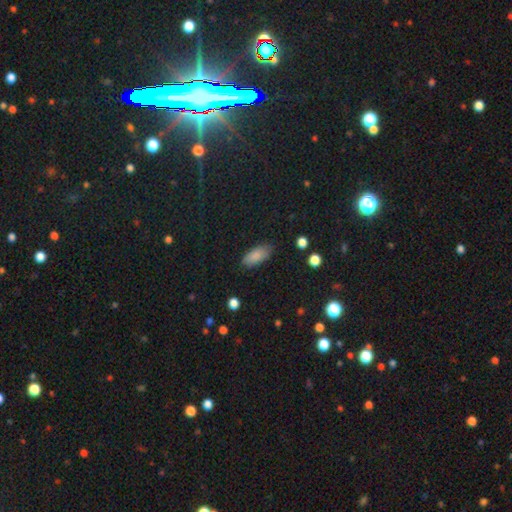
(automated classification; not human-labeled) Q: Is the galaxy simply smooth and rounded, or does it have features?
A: smooth — 86%.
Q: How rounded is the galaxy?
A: in between — 86%.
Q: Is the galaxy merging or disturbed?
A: none — 82%.